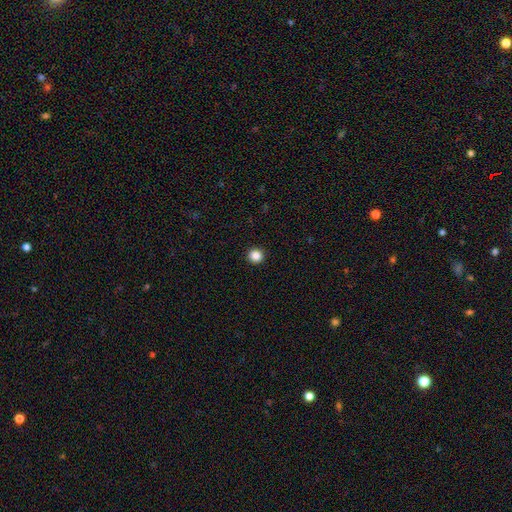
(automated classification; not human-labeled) smooth-or-featured: smooth: 86% | star or artifact: 11% | featured or disk: 3%
  how-rounded: round: 94% | in between: 5% | cigar-shaped: 1%
  merging: none: 93% | minor disturbance: 4% | major disturbance: 1% | merger: 1%